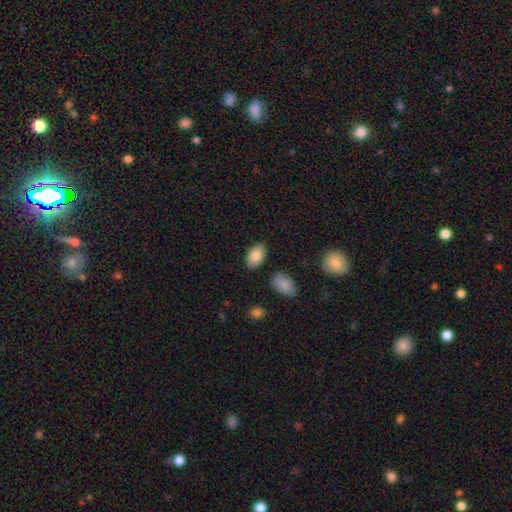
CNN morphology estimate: smooth-or-featured: smooth: 87% | star or artifact: 7% | featured or disk: 7%
  how-rounded: in between: 92% | round: 7% | cigar-shaped: 1%
  merging: none: 84% | minor disturbance: 11% | merger: 3% | major disturbance: 3%